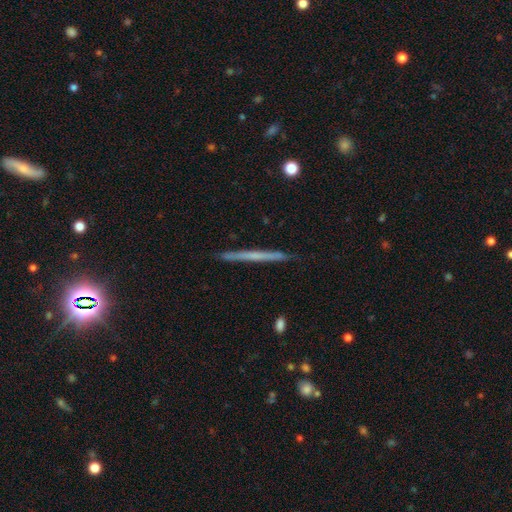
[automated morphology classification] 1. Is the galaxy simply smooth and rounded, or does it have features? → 52% featured or disk, 43% smooth, 6% star or artifact.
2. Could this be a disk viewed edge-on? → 98% yes, 2% no.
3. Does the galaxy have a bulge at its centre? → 87% none, 9% rounded, 4% boxy.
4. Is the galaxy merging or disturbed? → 91% none, 7% minor disturbance, 1% major disturbance, 1% merger.